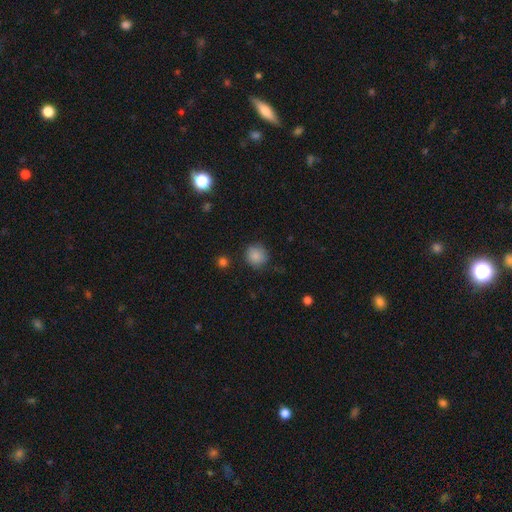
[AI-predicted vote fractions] smooth_or_featured: smooth (p=0.86) [alt: star or artifact p=0.09]
how_rounded: round (p=0.89) [alt: in between p=0.10]
merging: none (p=0.81) [alt: minor disturbance p=0.14]